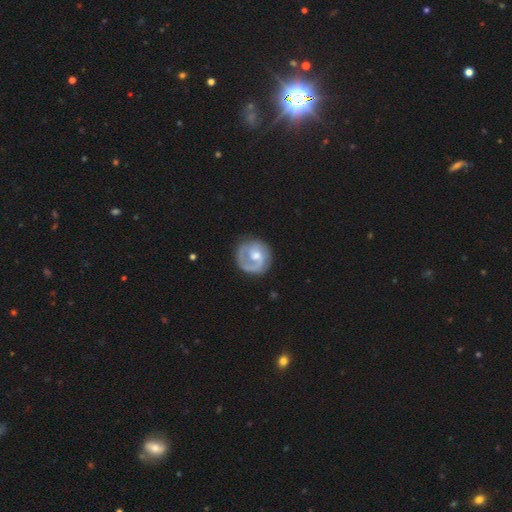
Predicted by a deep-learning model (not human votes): smooth_or_featured: featured or disk (p=0.71) [alt: smooth p=0.23]
disk_edge_on: no (p=0.98) [alt: yes p=0.02]
bar: no (p=0.53) [alt: weak p=0.38]
has_spiral_arms: yes (p=0.82) [alt: no p=0.18]
spiral_winding: tight (p=0.52) [alt: medium p=0.32]
spiral_arm_count: 1 (p=0.51) [alt: 2 p=0.32]
bulge_size: moderate (p=0.64) [alt: small p=0.23]
merging: none (p=0.72) [alt: minor disturbance p=0.18]